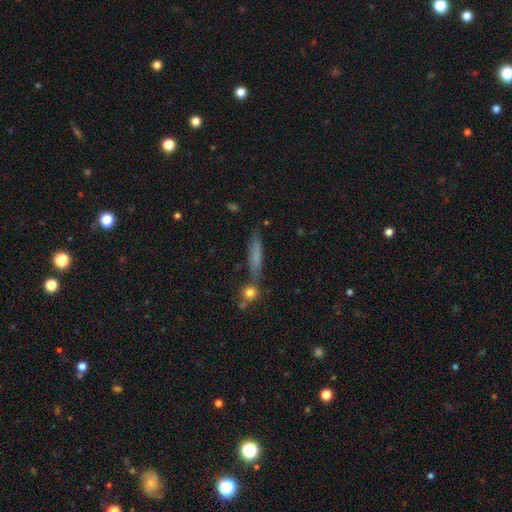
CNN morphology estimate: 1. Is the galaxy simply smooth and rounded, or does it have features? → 64% smooth, 26% featured or disk, 10% star or artifact.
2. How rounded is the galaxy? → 86% cigar-shaped, 11% in between, 3% round.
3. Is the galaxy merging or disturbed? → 72% none, 14% minor disturbance, 10% merger, 5% major disturbance.